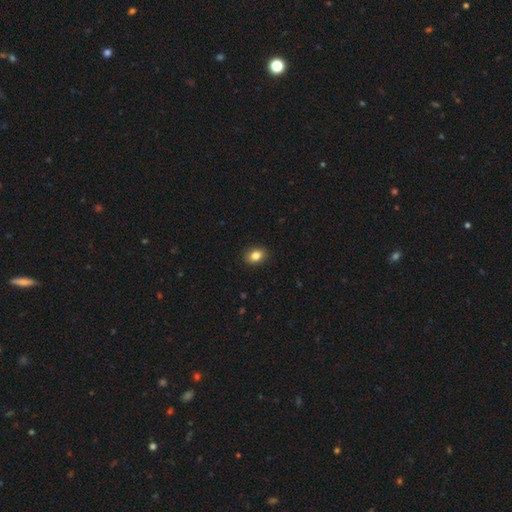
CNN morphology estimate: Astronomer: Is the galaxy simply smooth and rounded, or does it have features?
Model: smooth — 85%.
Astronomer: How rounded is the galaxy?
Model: in between — 66%.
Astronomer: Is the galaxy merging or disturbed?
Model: none — 91%.